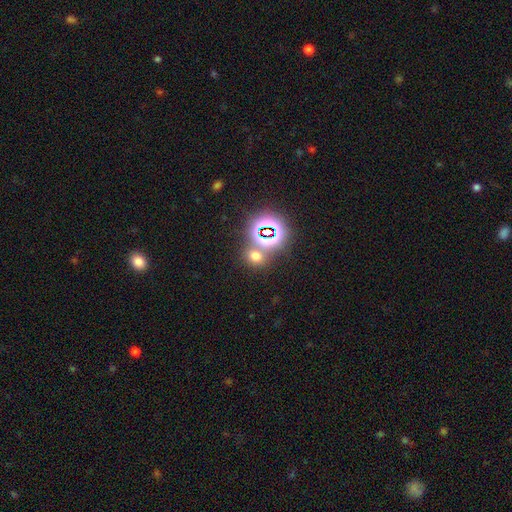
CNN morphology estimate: Overall: smooth (54%; star or artifact 38%). How rounded: round (62%; in between 36%). Merging: none (69%).